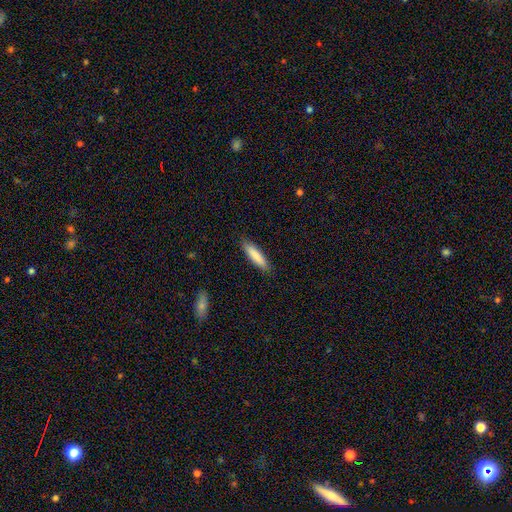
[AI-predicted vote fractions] Smooth or featured?
  - smooth: 86% *
  - featured or disk: 9%
  - star or artifact: 6%
How rounded?
  - cigar-shaped: 77% *
  - in between: 21%
  - round: 1%
Merging?
  - none: 89% *
  - minor disturbance: 8%
  - major disturbance: 2%
  - merger: 1%